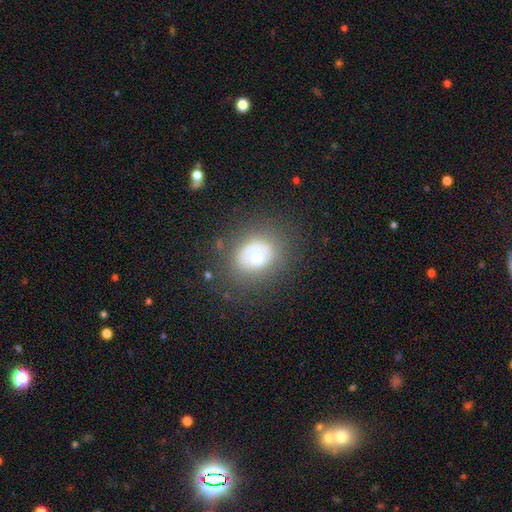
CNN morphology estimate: Overall: smooth (47%; featured or disk 42%). Merging: none (56%; minor disturbance 21%).